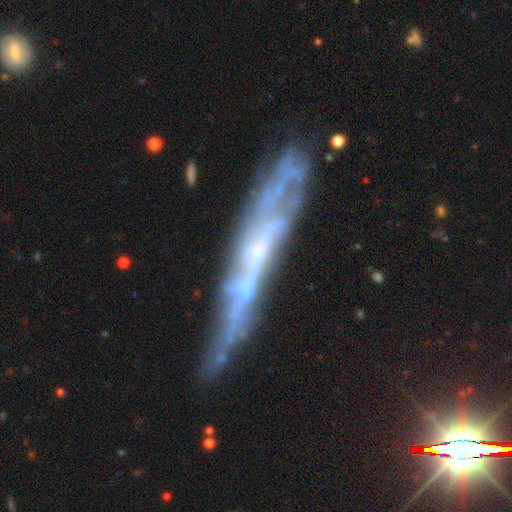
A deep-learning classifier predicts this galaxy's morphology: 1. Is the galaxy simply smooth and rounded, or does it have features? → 73% featured or disk, 16% smooth, 11% star or artifact.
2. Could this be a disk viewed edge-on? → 64% yes, 36% no.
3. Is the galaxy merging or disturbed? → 63% none, 23% minor disturbance, 10% major disturbance, 4% merger.